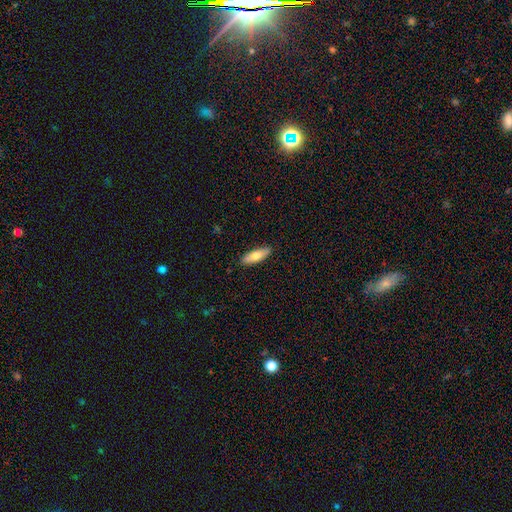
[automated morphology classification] The model was most divided on "how rounded": in between: 57%, cigar-shaped: 41%, round: 2%. More confident: merging — none (89%); smooth or featured — smooth (72%).